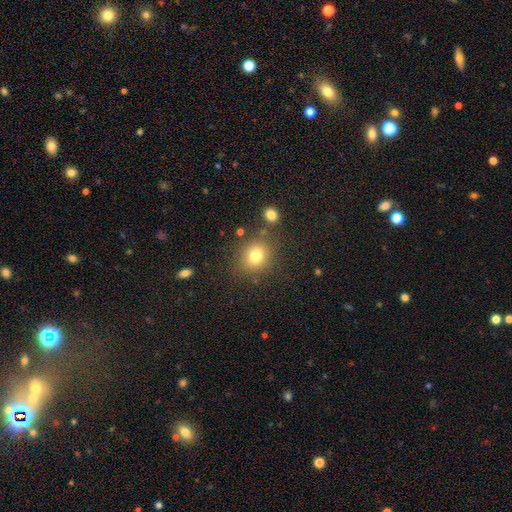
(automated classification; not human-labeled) Smooth or featured: smooth — 78% (star or artifact — 13%)
How rounded: round — 72% (in between — 27%)
Merging: none — 80% (minor disturbance — 10%)